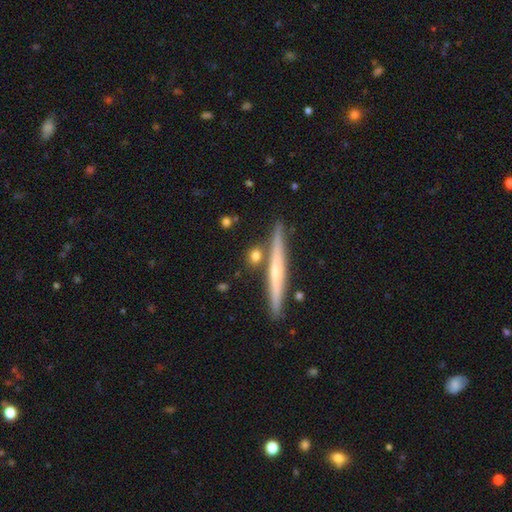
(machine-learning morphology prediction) Smooth or featured? smooth (65%)
How rounded? cigar-shaped (44%)
Merging? none (77%)